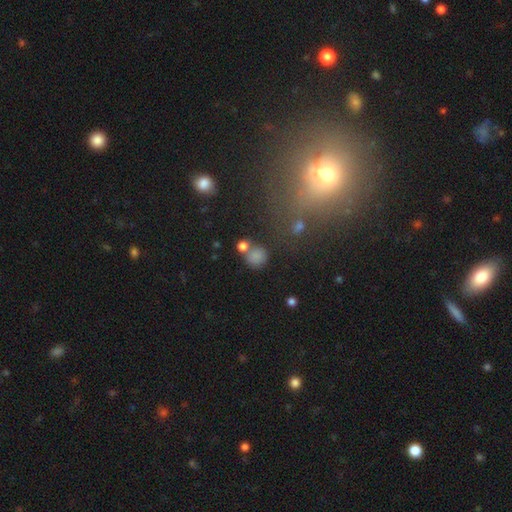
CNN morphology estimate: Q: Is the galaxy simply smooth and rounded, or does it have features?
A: smooth — 76%.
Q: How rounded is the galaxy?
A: round — 88%.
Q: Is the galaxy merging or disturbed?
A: none — 60%.